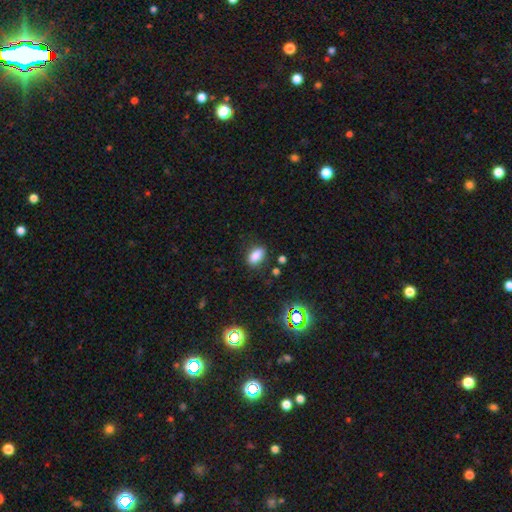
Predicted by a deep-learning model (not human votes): Smooth or featured: smooth — 82% (star or artifact — 12%)
How rounded: in between — 87% (round — 9%)
Merging: none — 81% (minor disturbance — 13%)